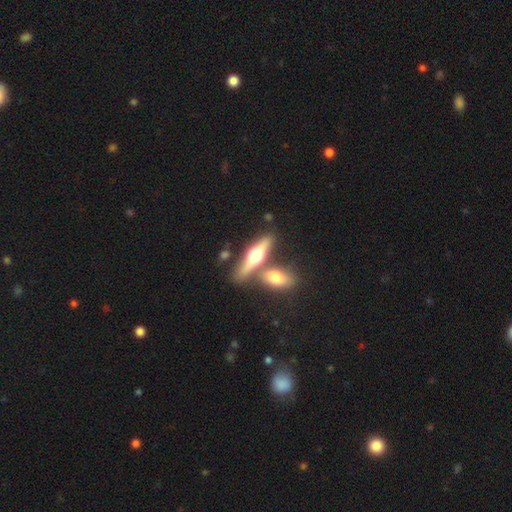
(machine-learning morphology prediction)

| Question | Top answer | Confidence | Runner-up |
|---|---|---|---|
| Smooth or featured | featured or disk | 58% | smooth (36%) |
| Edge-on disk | yes | 91% | no (9%) |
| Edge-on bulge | rounded | 95% | boxy (3%) |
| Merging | none | 57% | merger (30%) |